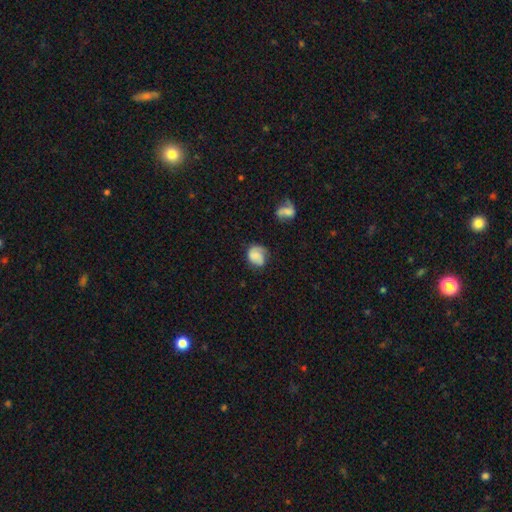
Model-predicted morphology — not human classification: The model was most divided on "merging": none: 53%, minor disturbance: 30%, major disturbance: 14%, merger: 3%. More confident: how rounded — round (64%); smooth or featured — smooth (62%).